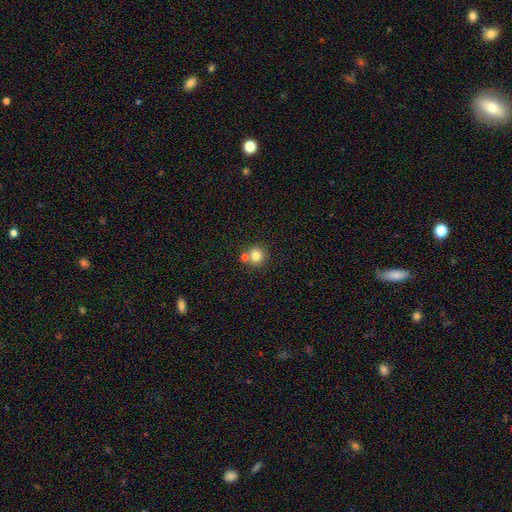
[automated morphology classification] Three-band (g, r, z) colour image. It shows a smooth galaxy with no disk features (80%) that is round (89%). Merging: none (62%).